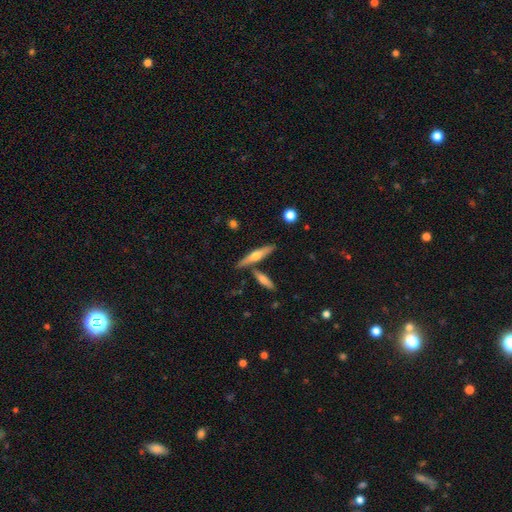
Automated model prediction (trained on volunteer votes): A featured or disk galaxy (50%). Merging: none (73%).